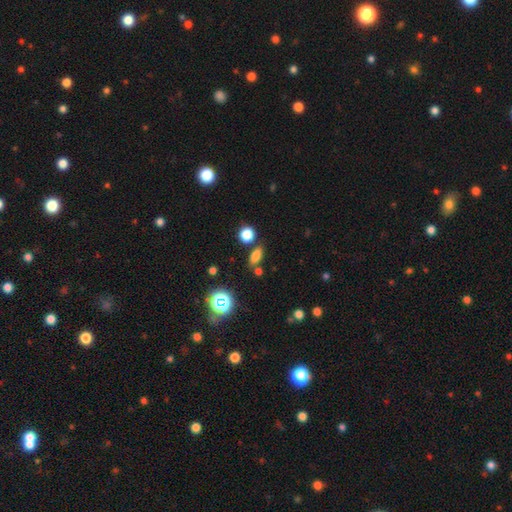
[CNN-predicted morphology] Overall: smooth (75%). How rounded: in between (71%). Merging: none (76%).